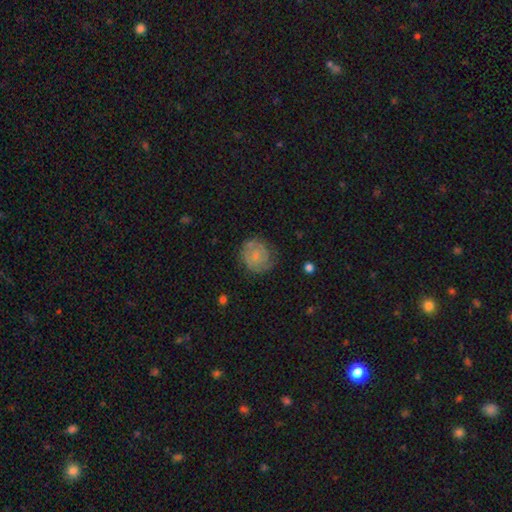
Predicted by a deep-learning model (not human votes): Smooth or featured?
  - featured or disk: 48% *
  - smooth: 44%
  - star or artifact: 8%
Merging?
  - none: 71% *
  - minor disturbance: 19%
  - major disturbance: 8%
  - merger: 2%